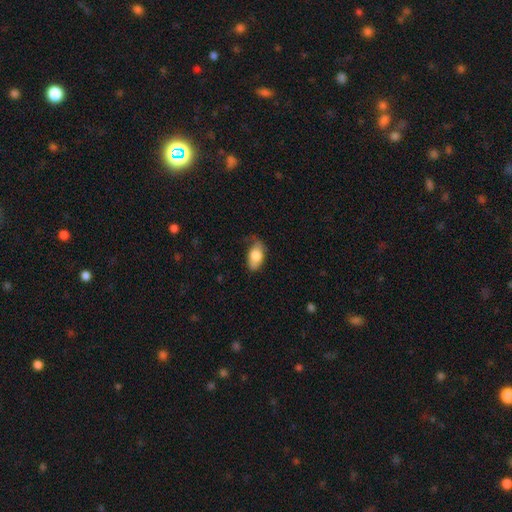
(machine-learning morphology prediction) A smooth galaxy with no disk features (78%) that is in between round and cigar-shaped (91%). Merging: none (51%).